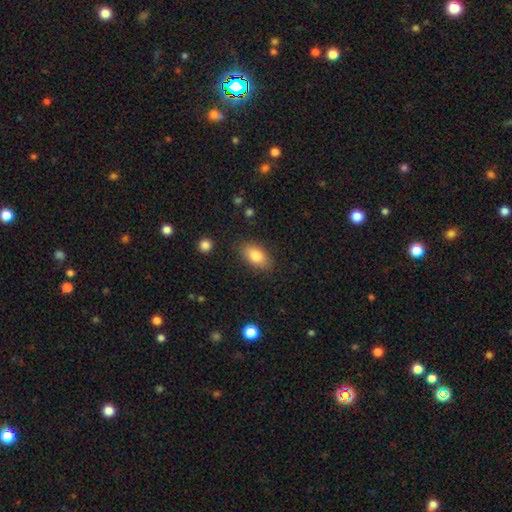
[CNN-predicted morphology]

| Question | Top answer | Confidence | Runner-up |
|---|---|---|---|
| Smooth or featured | smooth | 81% | featured or disk (11%) |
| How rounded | in between | 90% | round (7%) |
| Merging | none | 84% | minor disturbance (11%) |